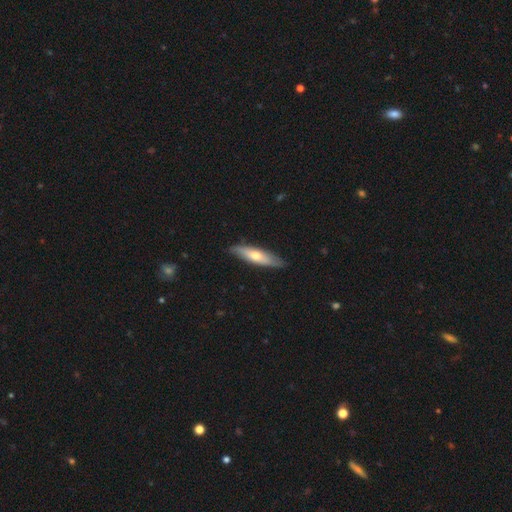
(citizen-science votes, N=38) smooth 71%, featured or disk 26%, star or artifact 3%. Down the decision tree: how rounded — cigar-shaped (63%); merging — none (81%).